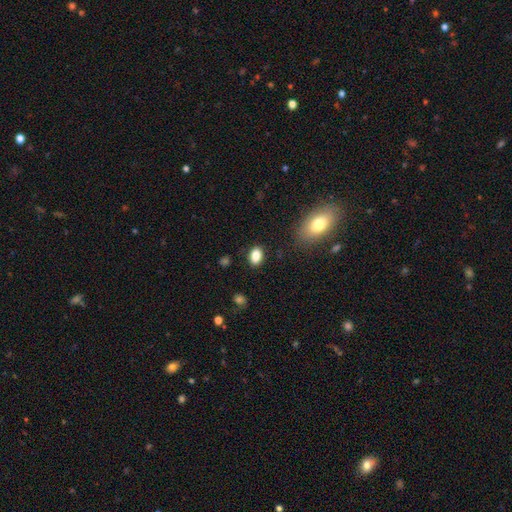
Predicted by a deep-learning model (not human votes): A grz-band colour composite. It shows a smooth galaxy with no disk features (85%) that is in between round and cigar-shaped (83%). Merging: none (86%).